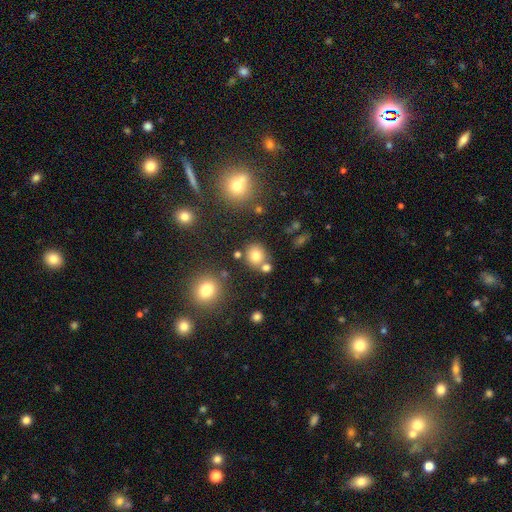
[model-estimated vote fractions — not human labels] This is likely a smooth galaxy (76%). How rounded: clearly round (81%). Merging: likely none (71%).